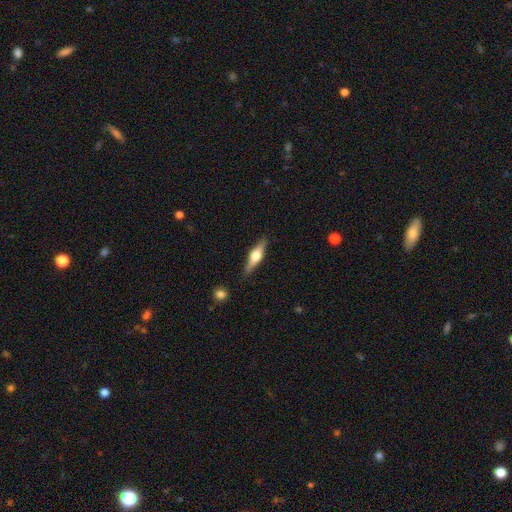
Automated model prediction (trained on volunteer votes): Q: Smooth or featured?
A: featured or disk (54%); runner-up: smooth (40%)
Q: Edge-on disk?
A: yes (94%); runner-up: no (6%)
Q: Edge-on bulge?
A: rounded (91%); runner-up: boxy (7%)
Q: Merging?
A: none (85%); runner-up: minor disturbance (11%)